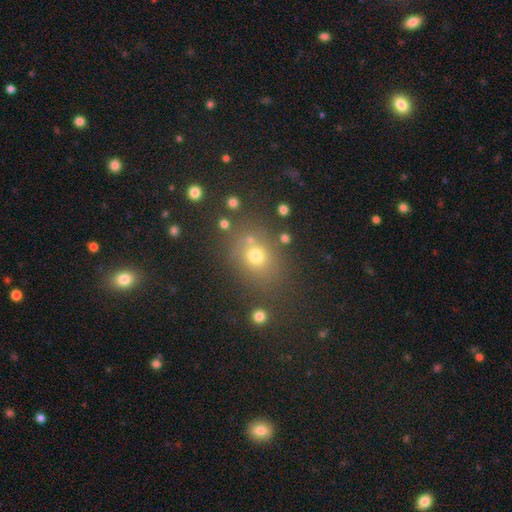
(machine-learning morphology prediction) smooth-or-featured: smooth: 67% | star or artifact: 22% | featured or disk: 11%
  how-rounded: round: 62% | in between: 36% | cigar-shaped: 1%
  merging: none: 73% | minor disturbance: 12% | merger: 9% | major disturbance: 5%